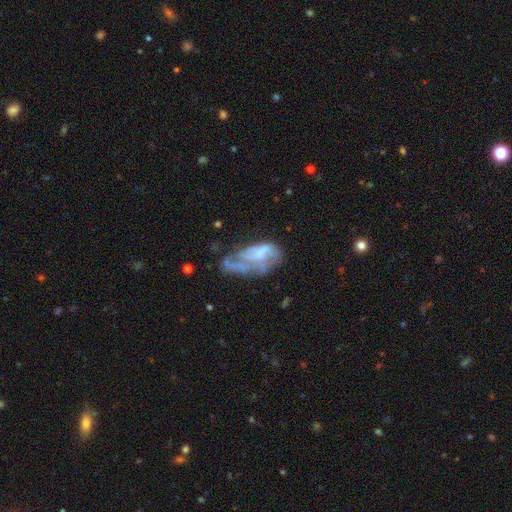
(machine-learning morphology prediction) Smooth or featured?
  - featured or disk: 57% *
  - smooth: 30%
  - star or artifact: 13%
Edge-on disk?
  - no: 92% *
  - yes: 8%
Bar?
  - no: 68% *
  - weak: 24%
  - strong: 8%
Spiral arms?
  - yes: 51% *
  - no: 49%
Bulge size?
  - none: 43% *
  - small: 26%
  - moderate: 23%
  - large: 6%
  - dominant: 2%
Merging?
  - major disturbance: 34% *
  - none: 32%
  - minor disturbance: 25%
  - merger: 9%